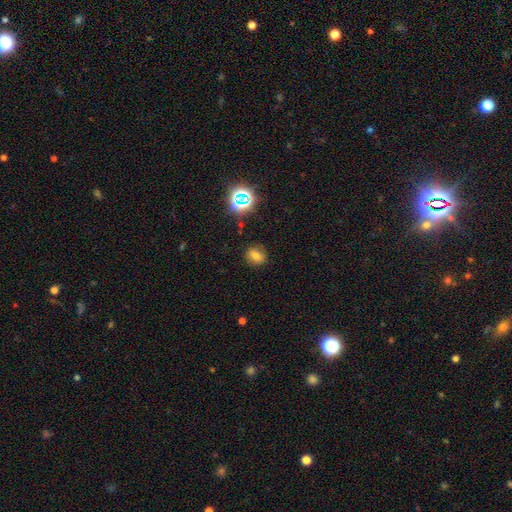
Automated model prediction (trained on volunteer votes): Smooth or featured? smooth (67%)
How rounded? round (49%, tied with in between)
Merging? none (85%)